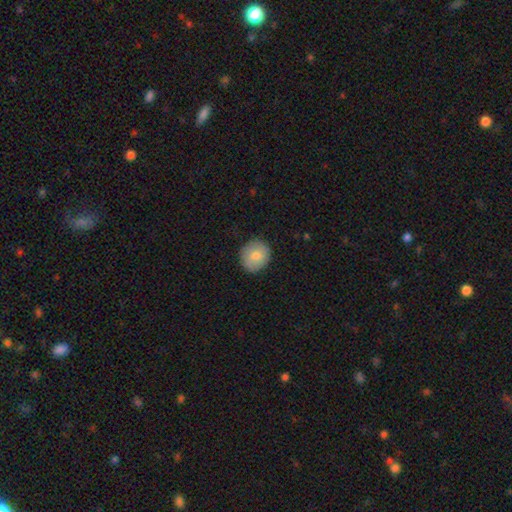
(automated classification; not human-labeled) Smooth or featured: smooth — 79% (featured or disk — 14%)
How rounded: round — 84% (in between — 15%)
Merging: none — 88% (minor disturbance — 9%)